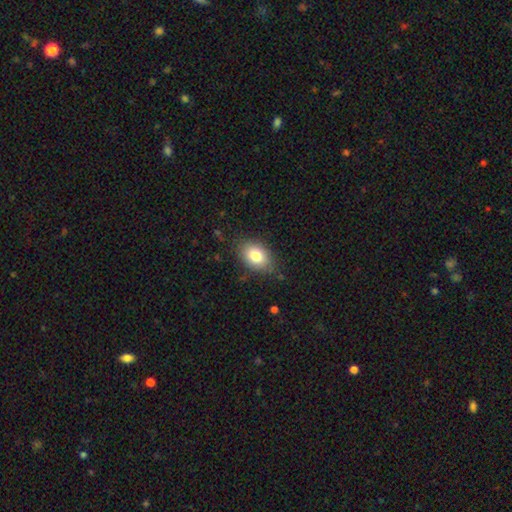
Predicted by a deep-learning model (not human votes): Smooth or featured: smooth — 80% (featured or disk — 11%)
How rounded: in between — 81% (round — 18%)
Merging: none — 82% (minor disturbance — 14%)